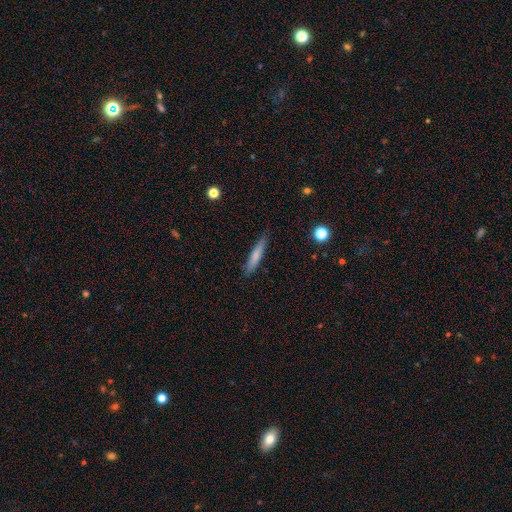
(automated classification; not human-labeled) smooth 73%, featured or disk 21%, star or artifact 6%. Down the decision tree: how rounded — cigar-shaped (90%); merging — none (84%).